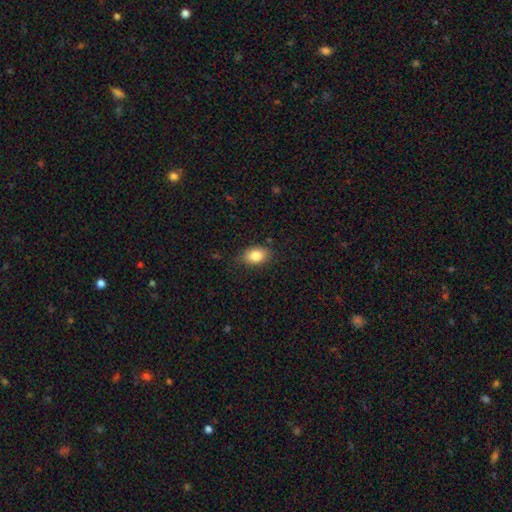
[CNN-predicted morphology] smooth-or-featured: smooth: 83% | star or artifact: 8% | featured or disk: 8%
  how-rounded: in between: 82% | round: 17% | cigar-shaped: 1%
  merging: none: 82% | minor disturbance: 14% | major disturbance: 3% | merger: 1%